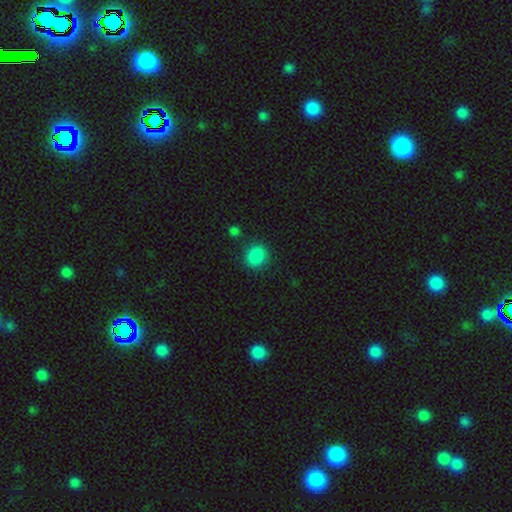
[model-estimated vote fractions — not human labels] A smooth galaxy with no disk features (87%) that is round (68%).

Vote fractions:
- Smooth or featured? smooth: 87% / star or artifact: 10% / featured or disk: 3%
- How rounded? round: 68% / in between: 31% / cigar-shaped: 1%
- Merging? none: 84% / minor disturbance: 9% / major disturbance: 3% / merger: 3%